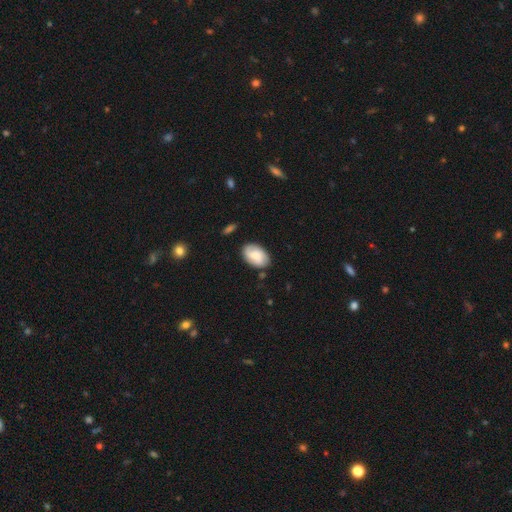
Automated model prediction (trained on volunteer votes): smooth_or_featured: smooth (p=0.62) [alt: featured or disk p=0.31]
how_rounded: in between (p=0.89) [alt: round p=0.09]
merging: none (p=0.76) [alt: minor disturbance p=0.17]